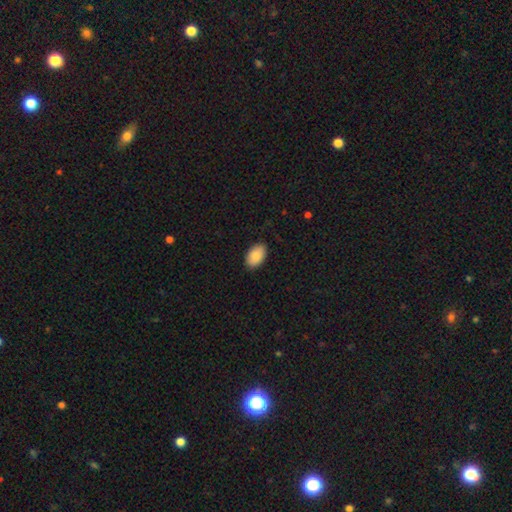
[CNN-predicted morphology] The model was most divided on "merging": none: 86%, minor disturbance: 11%, major disturbance: 2%, merger: 1%. More confident: how rounded — in between (92%); smooth or featured — smooth (87%).